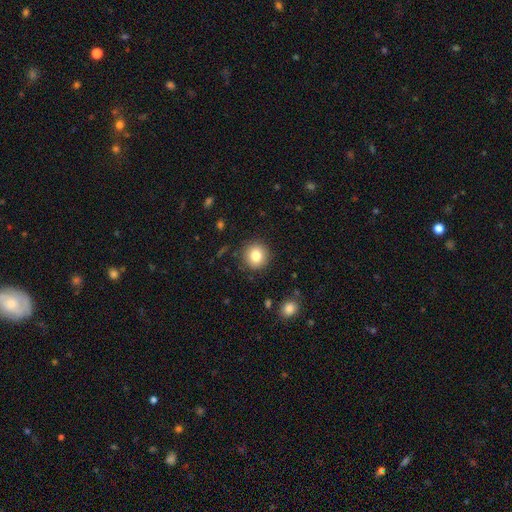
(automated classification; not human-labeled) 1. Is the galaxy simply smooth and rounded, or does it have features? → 82% smooth, 10% star or artifact, 9% featured or disk.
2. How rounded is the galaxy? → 92% round, 7% in between, 1% cigar-shaped.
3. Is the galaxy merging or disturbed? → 90% none, 7% minor disturbance, 2% major disturbance, 1% merger.